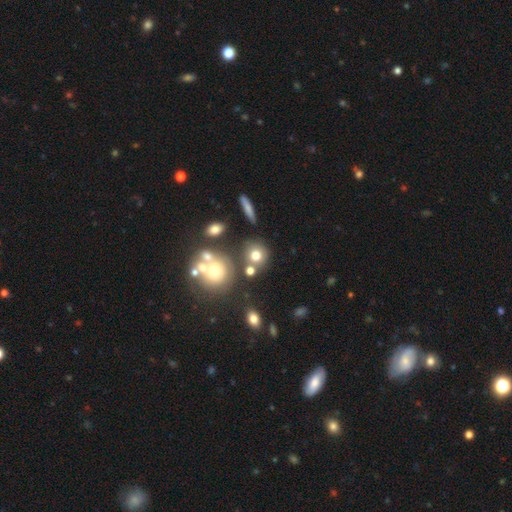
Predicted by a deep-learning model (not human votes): This is likely a smooth galaxy (70%). How rounded: clearly round (83%). Merging: likely none (63%).